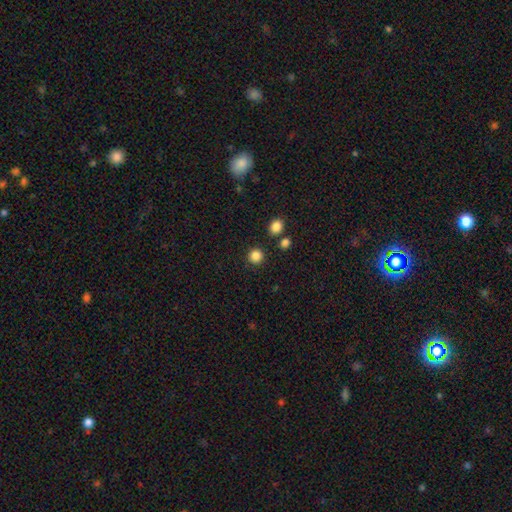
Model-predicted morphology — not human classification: Q: Smooth or featured?
A: smooth (86%); runner-up: star or artifact (11%)
Q: How rounded?
A: round (92%); runner-up: in between (7%)
Q: Merging?
A: none (87%); runner-up: minor disturbance (6%)